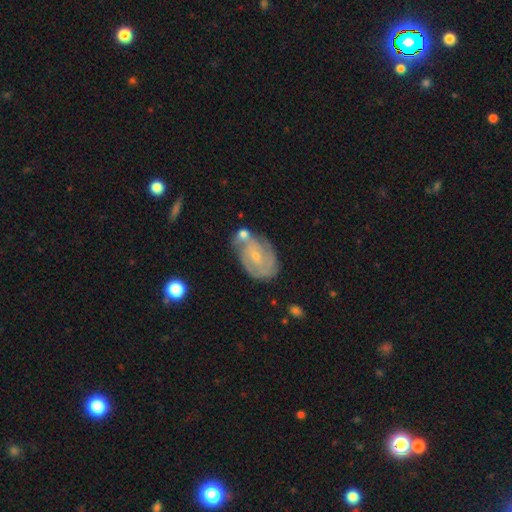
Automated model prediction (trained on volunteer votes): Smooth or featured: featured or disk — 74% (smooth — 19%)
Edge-on disk: no — 96% (yes — 4%)
Bar: no — 57% (weak — 36%)
Spiral arms: yes — 89% (no — 11%)
Spiral winding: tight — 58% (medium — 32%)
Spiral arm count: 2 — 45% (can't tell — 30%)
Bulge size: small — 70% (moderate — 25%)
Merging: none — 54% (minor disturbance — 20%)